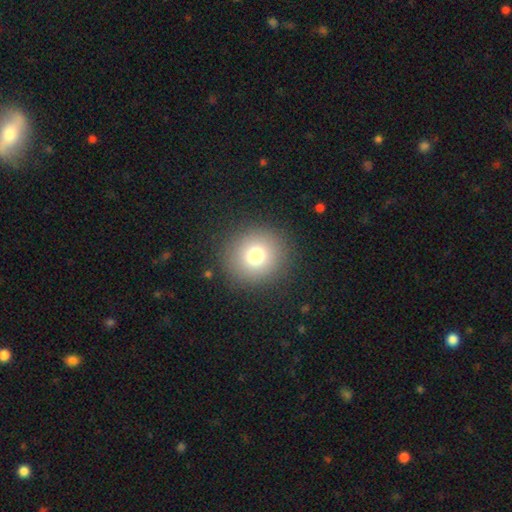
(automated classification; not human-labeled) This appears to be a smooth galaxy with no disk features (75%) that is round (93%). Merging: none (90%).